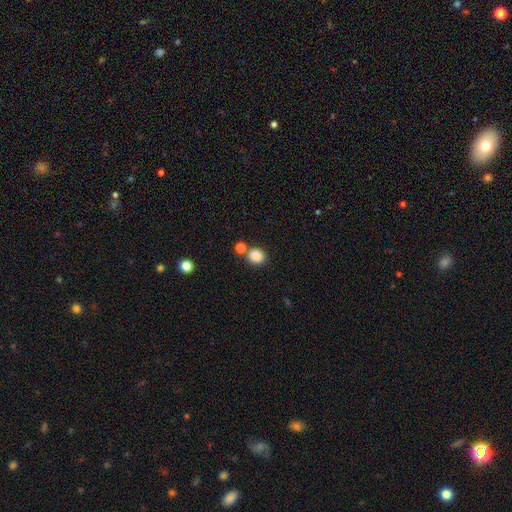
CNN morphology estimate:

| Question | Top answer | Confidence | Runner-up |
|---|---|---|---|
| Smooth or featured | smooth | 86% | star or artifact (10%) |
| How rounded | round | 78% | in between (21%) |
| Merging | none | 70% | merger (17%) |